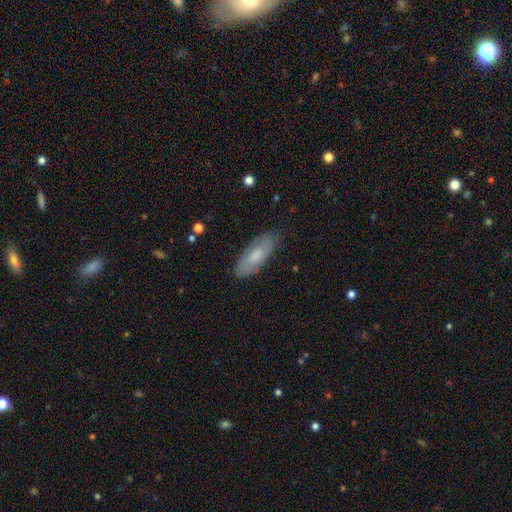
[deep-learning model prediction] Smooth or featured: smooth — 63% (featured or disk — 30%)
How rounded: in between — 74% (cigar-shaped — 24%)
Merging: none — 81% (minor disturbance — 15%)